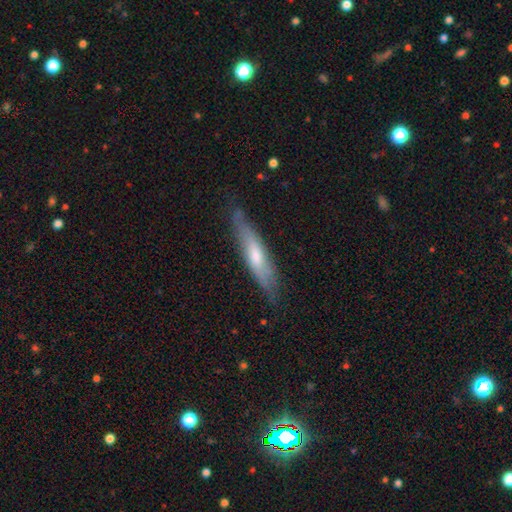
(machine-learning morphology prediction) Smooth or featured? Predicted: smooth (p=0.48). Merging? Predicted: none (p=0.75).